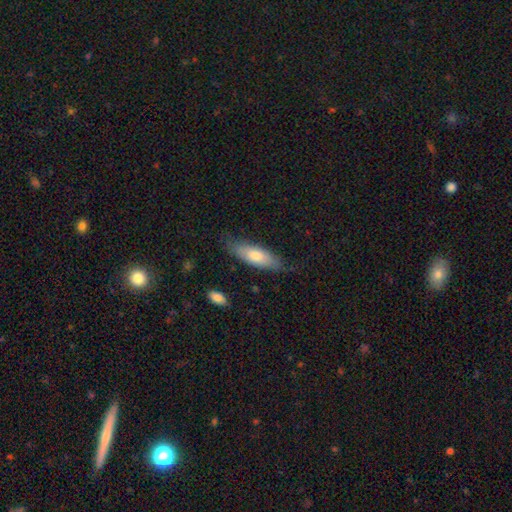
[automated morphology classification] This appears to be a smooth galaxy with no disk features (70%) that is in between round and cigar-shaped (58%). Merging: none (76%).